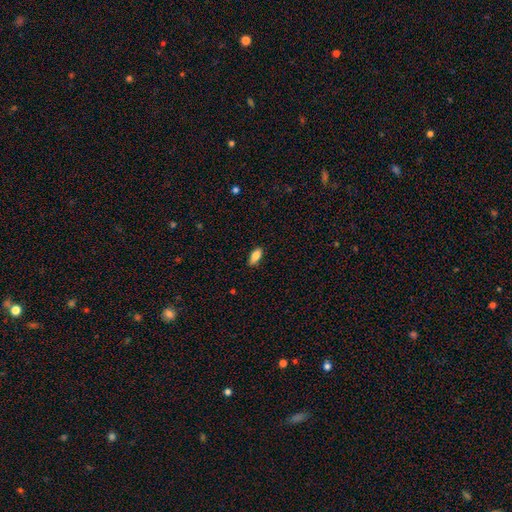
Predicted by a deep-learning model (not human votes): This is clearly a smooth galaxy (83%). How rounded: clearly in between (85%). Merging: clearly none (86%).